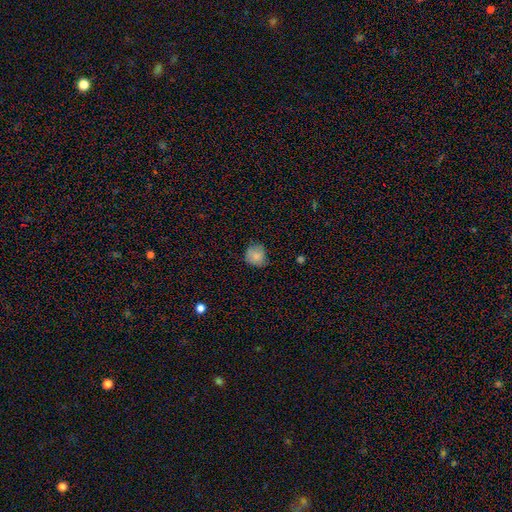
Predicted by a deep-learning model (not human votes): Smooth or featured: smooth — 83% (star or artifact — 9%)
How rounded: round — 86% (in between — 13%)
Merging: none — 66% (minor disturbance — 28%)